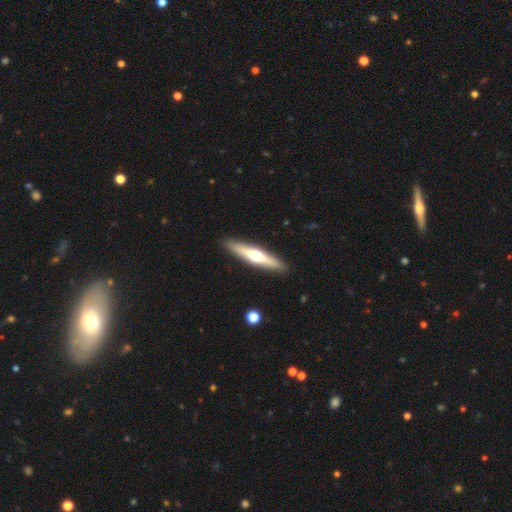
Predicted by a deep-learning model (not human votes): Overall: featured or disk (55%; smooth 40%). Edge-on disk: yes (94%). Edge-on bulge: rounded (92%). Merging: none (92%).